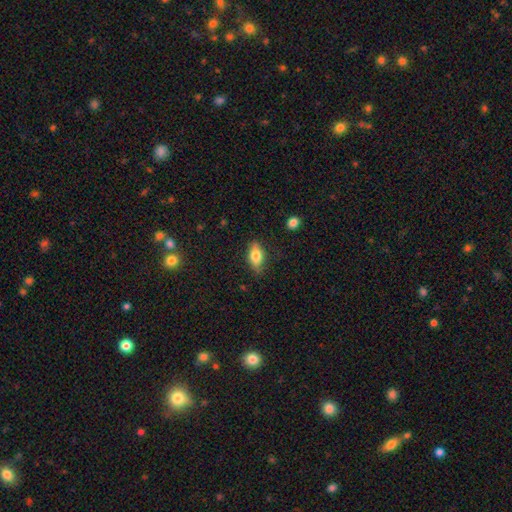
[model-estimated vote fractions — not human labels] Overall: smooth (70%). How rounded: in between (83%). Merging: none (80%).